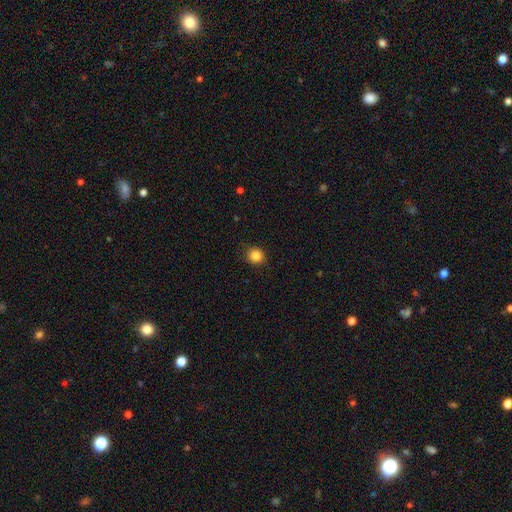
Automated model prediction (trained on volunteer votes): This appears to be a smooth galaxy with no disk features (85%) that is round (89%). Merging: none (87%).